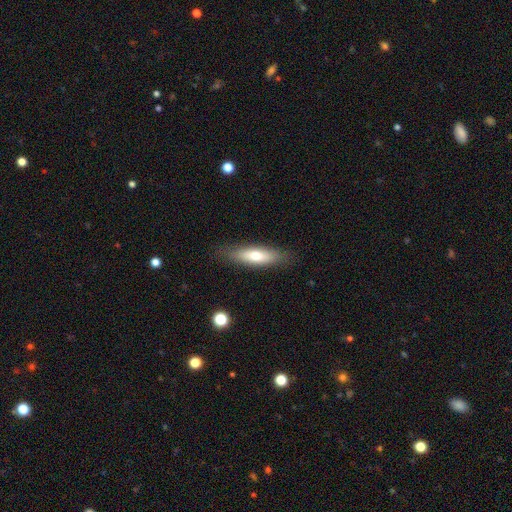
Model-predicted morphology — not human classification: Smooth or featured?
  - smooth: 64% *
  - featured or disk: 30%
  - star or artifact: 6%
How rounded?
  - cigar-shaped: 58% *
  - in between: 40%
  - round: 2%
Merging?
  - none: 85% *
  - minor disturbance: 11%
  - major disturbance: 3%
  - merger: 1%